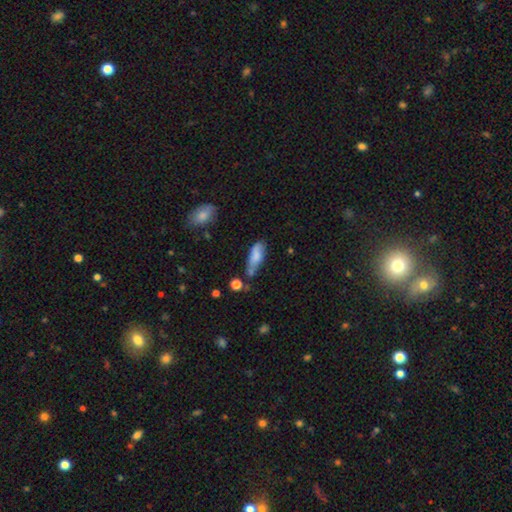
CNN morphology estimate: Smooth or featured? smooth (74%)
How rounded? in between (65%)
Merging? none (48%)